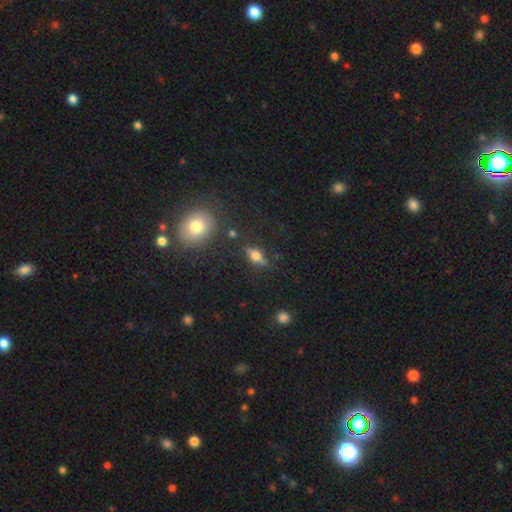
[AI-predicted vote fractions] A featured or disk galaxy (57%) viewed edge-on (91%) with a rounded central bulge (95%).

Vote fractions:
- Smooth or featured? featured or disk: 57% / smooth: 31% / star or artifact: 13%
- Edge-on disk? yes: 91% / no: 9%
- Edge-on bulge? rounded: 95% / boxy: 3% / none: 2%
- Merging? none: 83% / minor disturbance: 11% / major disturbance: 4% / merger: 3%